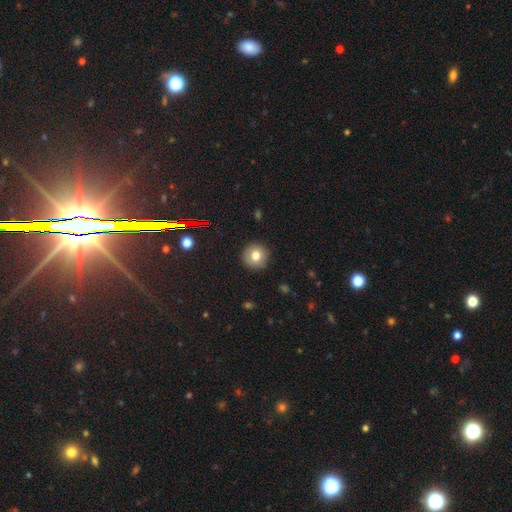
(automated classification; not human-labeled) Q: Smooth or featured?
A: smooth (77%); runner-up: featured or disk (12%)
Q: How rounded?
A: round (94%); runner-up: in between (5%)
Q: Merging?
A: none (90%); runner-up: minor disturbance (7%)